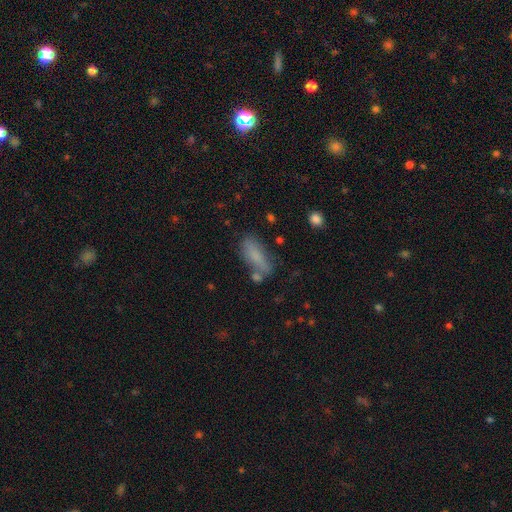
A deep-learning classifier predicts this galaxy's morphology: Smooth or featured: smooth — 75% (featured or disk — 15%)
How rounded: in between — 63% (cigar-shaped — 34%)
Merging: none — 58% (minor disturbance — 21%)